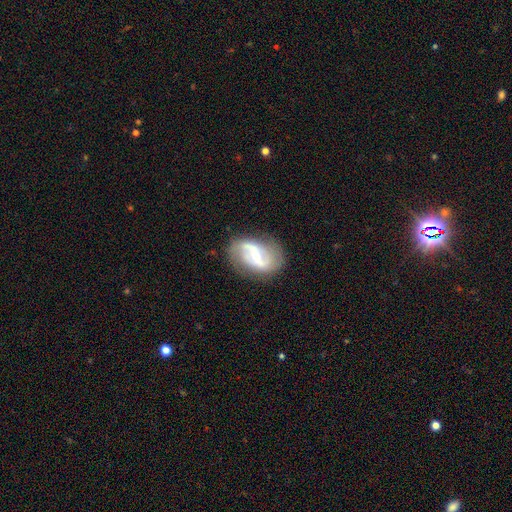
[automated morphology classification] Smooth or featured?
  - featured or disk: 82% *
  - smooth: 12%
  - star or artifact: 6%
Edge-on disk?
  - no: 96% *
  - yes: 4%
Bar?
  - weak: 40% *
  - strong: 37%
  - no: 23%
Spiral arms?
  - yes: 90% *
  - no: 10%
Spiral winding?
  - loose: 47% *
  - medium: 37%
  - tight: 16%
Spiral arm count?
  - 2: 86% *
  - can't tell: 7%
  - 1: 3%
  - 3: 2%
  - 4: 1%
  - more than 4: 1%
Bulge size?
  - small: 50% *
  - moderate: 47%
  - large: 2%
  - none: 1%
  - dominant: 1%
Merging?
  - none: 78% *
  - minor disturbance: 15%
  - major disturbance: 6%
  - merger: 1%